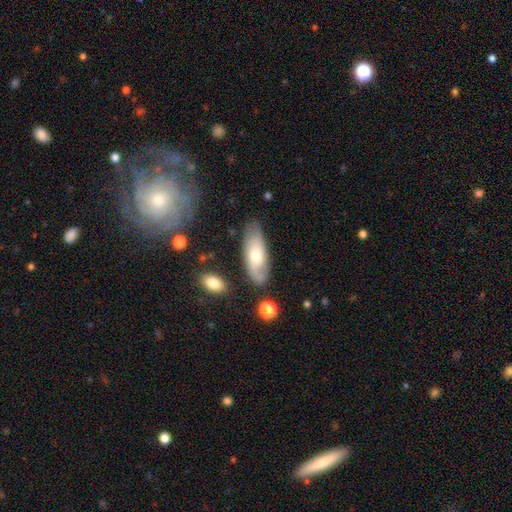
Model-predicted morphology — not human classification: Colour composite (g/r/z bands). It shows a smooth galaxy with no disk features (56%) that is in between round and cigar-shaped (78%). Merging: none (72%).